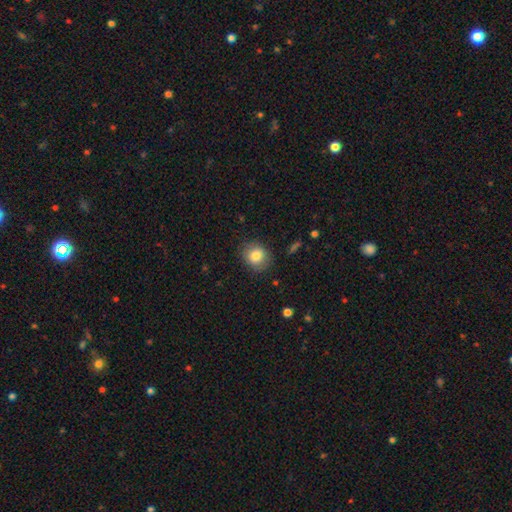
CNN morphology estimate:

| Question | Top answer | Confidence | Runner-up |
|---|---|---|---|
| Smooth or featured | smooth | 82% | featured or disk (9%) |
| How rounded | round | 74% | in between (25%) |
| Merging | none | 82% | minor disturbance (13%) |